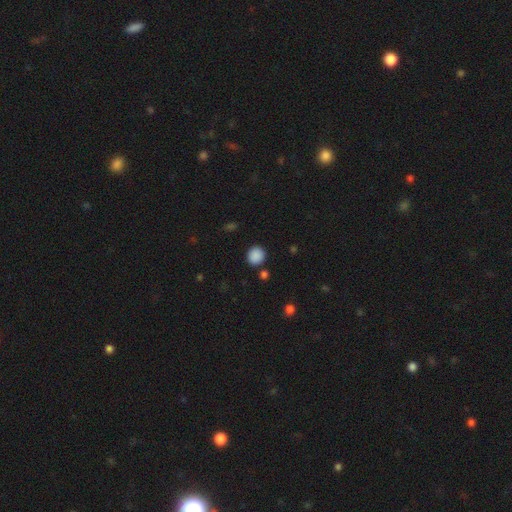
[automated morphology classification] smooth_or_featured: smooth (p=0.88) [alt: star or artifact p=0.09]
how_rounded: round (p=0.84) [alt: in between p=0.15]
merging: none (p=0.86) [alt: minor disturbance p=0.08]